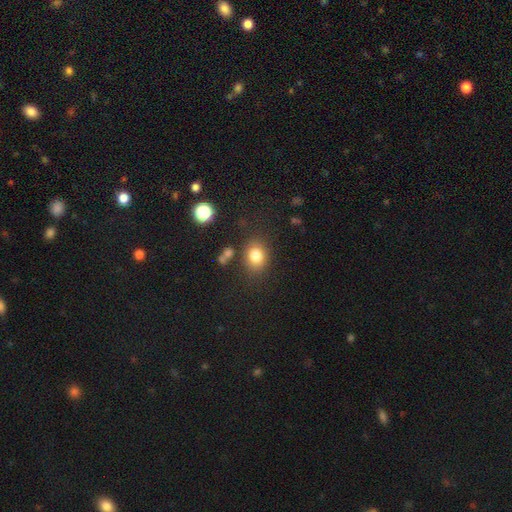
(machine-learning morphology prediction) This appears to be a smooth galaxy with no disk features (80%) that is round (51%). Merging: none (78%).